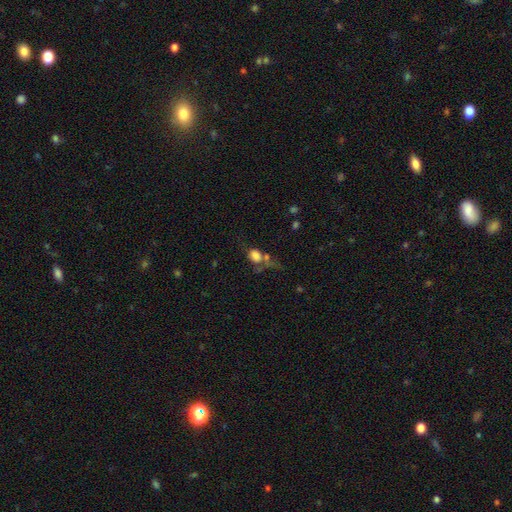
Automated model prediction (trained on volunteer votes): A smooth galaxy with no disk features (70%) that is in between round and cigar-shaped (57%). Merging: none (30%).